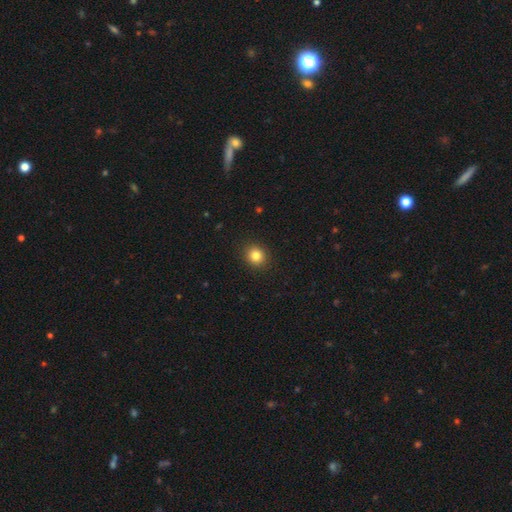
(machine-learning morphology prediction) smooth_or_featured: smooth (p=0.83) [alt: star or artifact p=0.11]
how_rounded: round (p=0.81) [alt: in between p=0.18]
merging: none (p=0.91) [alt: minor disturbance p=0.06]